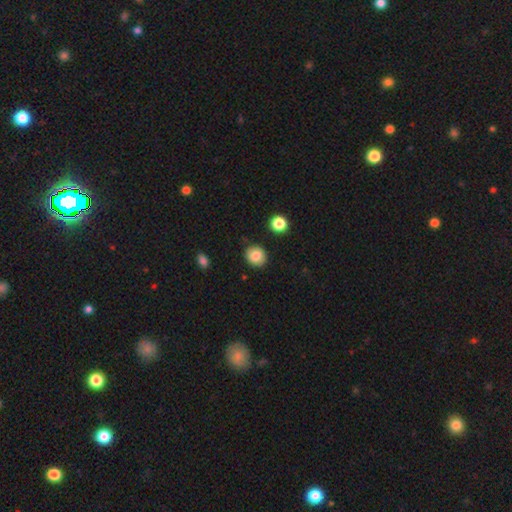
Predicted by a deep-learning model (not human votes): This is clearly a smooth galaxy (84%). How rounded: likely round (75%). Merging: clearly none (87%).